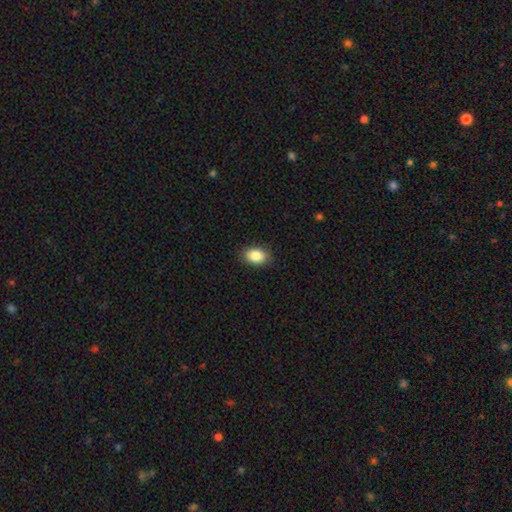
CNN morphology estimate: A smooth galaxy with no disk features (87%) that is in between round and cigar-shaped (81%).

Vote fractions:
- Smooth or featured? smooth: 87% / star or artifact: 8% / featured or disk: 5%
- How rounded? in between: 81% / round: 18% / cigar-shaped: 1%
- Merging? none: 88% / minor disturbance: 9% / major disturbance: 2% / merger: 1%